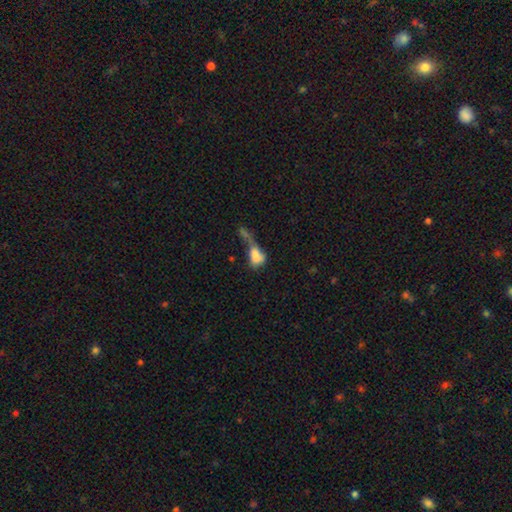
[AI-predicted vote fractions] Smooth or featured?
  - smooth: 69% *
  - featured or disk: 20%
  - star or artifact: 11%
How rounded?
  - in between: 79% *
  - round: 14%
  - cigar-shaped: 7%
Merging?
  - merger: 43% *
  - major disturbance: 31%
  - none: 13%
  - minor disturbance: 12%